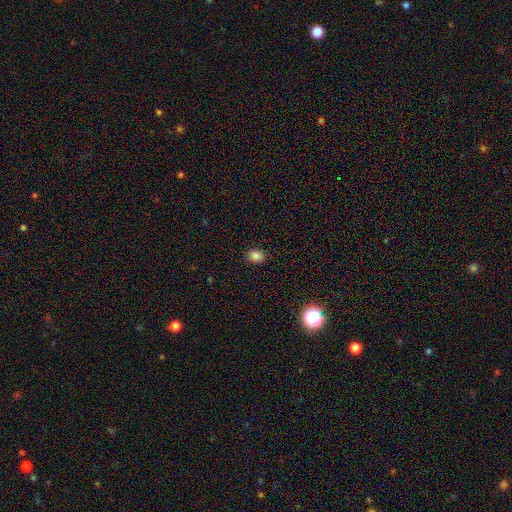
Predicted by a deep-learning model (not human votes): A smooth galaxy with no disk features (83%) that is in between round and cigar-shaped (54%).

Vote fractions:
- Smooth or featured? smooth: 83% / star or artifact: 12% / featured or disk: 5%
- How rounded? in between: 54% / round: 45% / cigar-shaped: 1%
- Merging? none: 88% / minor disturbance: 9% / major disturbance: 2% / merger: 1%